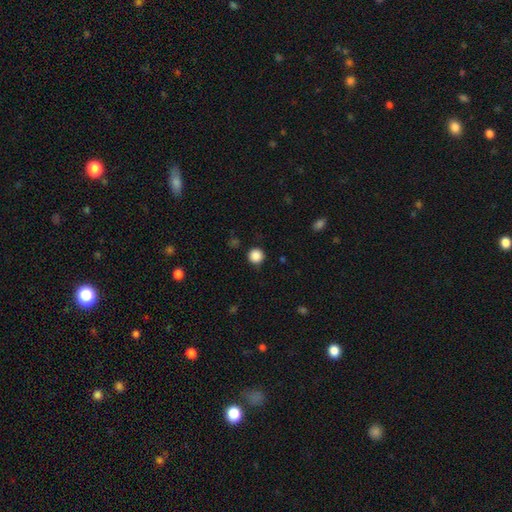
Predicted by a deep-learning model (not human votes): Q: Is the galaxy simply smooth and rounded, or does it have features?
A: smooth — 87%.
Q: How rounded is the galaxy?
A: round — 95%.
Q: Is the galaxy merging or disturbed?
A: none — 90%.